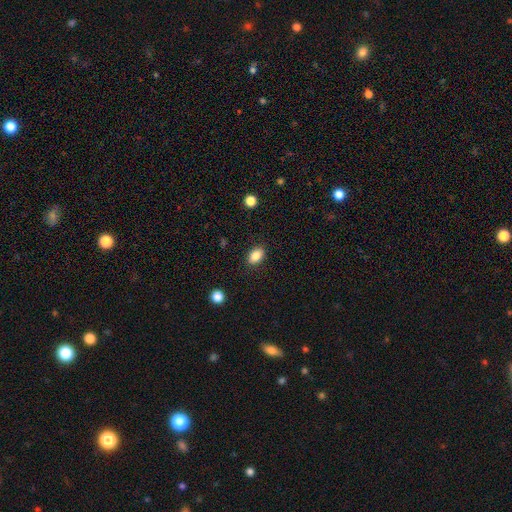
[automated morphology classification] smooth-or-featured: smooth: 86% | star or artifact: 9% | featured or disk: 5%
  how-rounded: in between: 84% | round: 15% | cigar-shaped: 1%
  merging: none: 87% | minor disturbance: 9% | major disturbance: 3% | merger: 1%